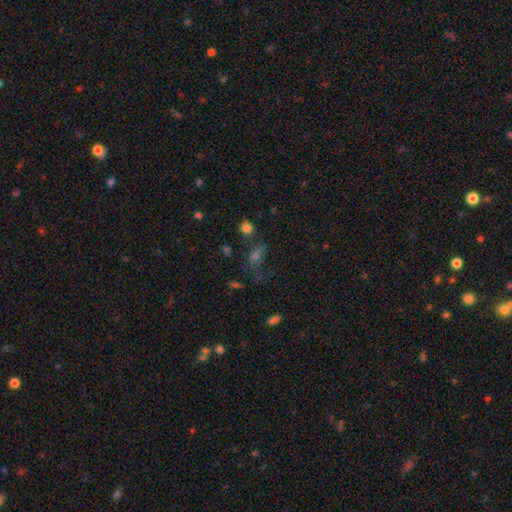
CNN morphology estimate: smooth_or_featured: smooth (p=0.41) [alt: star or artifact p=0.38]
merging: none (p=0.46) [alt: major disturbance p=0.27]